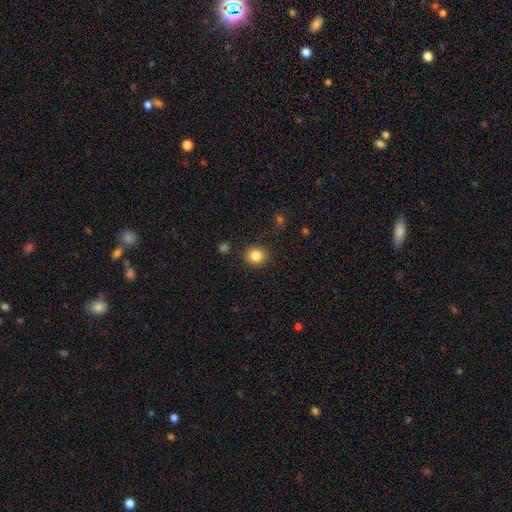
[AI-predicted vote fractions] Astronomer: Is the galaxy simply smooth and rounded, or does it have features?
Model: smooth — 84%.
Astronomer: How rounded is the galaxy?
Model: round — 86%.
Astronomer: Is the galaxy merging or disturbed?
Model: none — 88%.